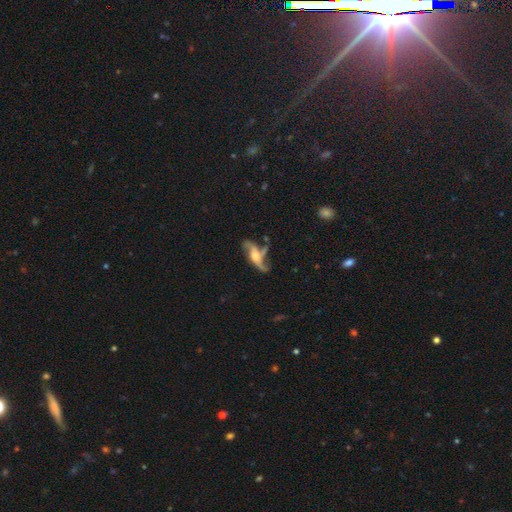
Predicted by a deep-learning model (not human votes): The model was most divided on "merging": none: 48%, minor disturbance: 21%, major disturbance: 20%, merger: 11%. More confident: spiral arms — yes (86%); edge-on disk — no (78%); smooth or featured — featured or disk (73%); bar — no (63%); bulge size — moderate (54%).